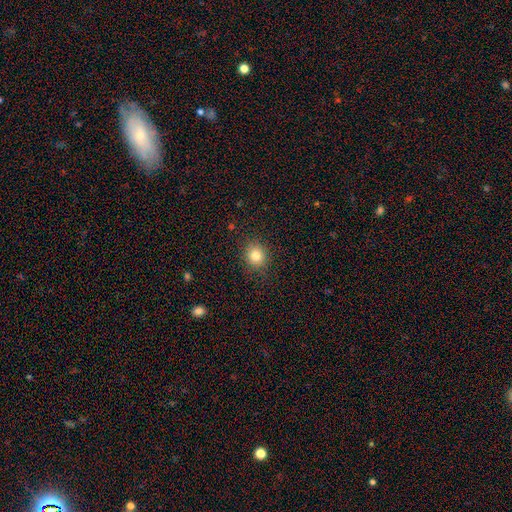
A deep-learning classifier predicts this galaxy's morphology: Smooth or featured?
  - smooth: 81% *
  - star or artifact: 12%
  - featured or disk: 7%
How rounded?
  - round: 82% *
  - in between: 17%
  - cigar-shaped: 1%
Merging?
  - none: 88% *
  - minor disturbance: 8%
  - major disturbance: 3%
  - merger: 1%